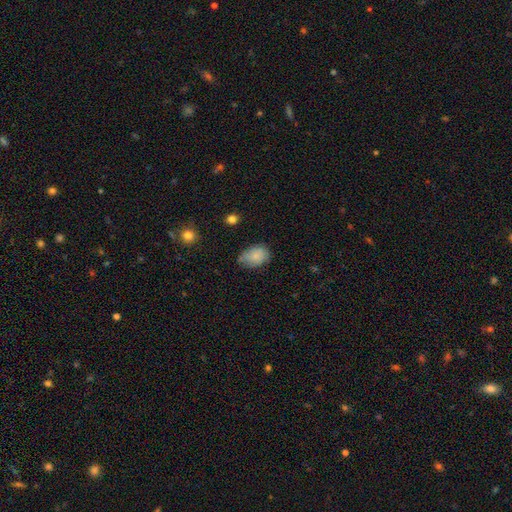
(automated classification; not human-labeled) A smooth galaxy with no disk features (83%) that is in between round and cigar-shaped (79%). Merging: none (62%).